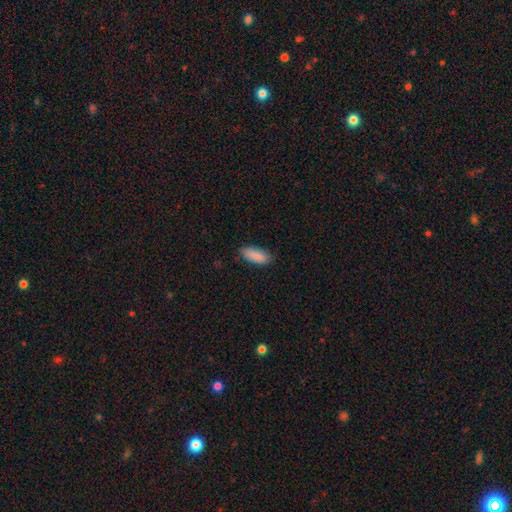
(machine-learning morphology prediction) The model was most divided on "how rounded": in between: 78%, cigar-shaped: 20%, round: 2%. More confident: smooth or featured — smooth (89%); merging — none (82%).